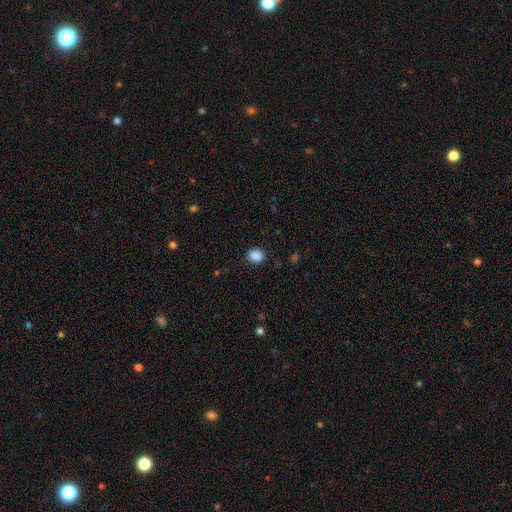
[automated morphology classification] Smooth or featured?
  - smooth: 88% *
  - star or artifact: 9%
  - featured or disk: 3%
How rounded?
  - round: 53% *
  - in between: 46%
  - cigar-shaped: 1%
Merging?
  - none: 86% *
  - minor disturbance: 10%
  - major disturbance: 3%
  - merger: 1%